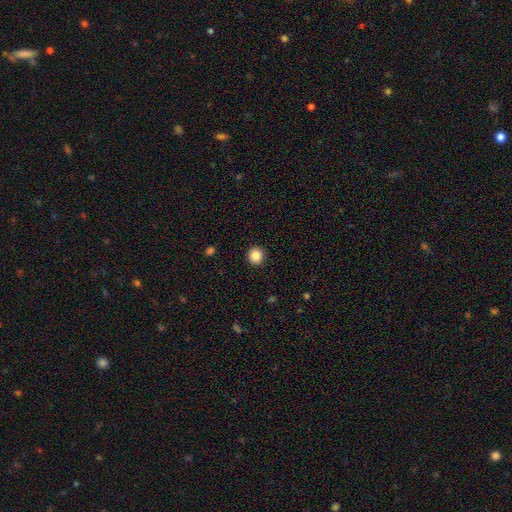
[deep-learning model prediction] Smooth or featured: smooth — 87% (star or artifact — 10%)
How rounded: round — 94% (in between — 5%)
Merging: none — 92% (minor disturbance — 5%)